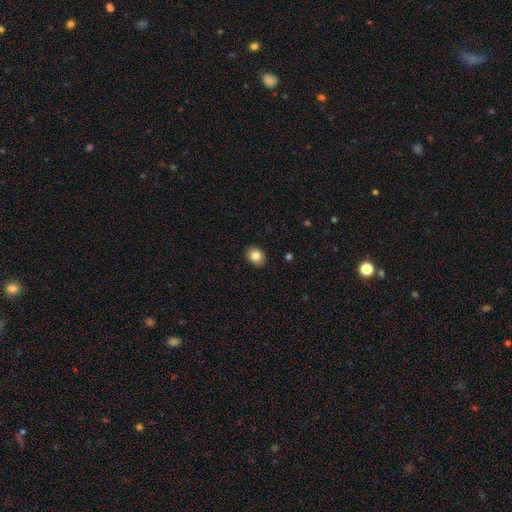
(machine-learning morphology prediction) The model was most divided on "how rounded": in between: 54%, round: 45%, cigar-shaped: 1%. More confident: merging — none (90%); smooth or featured — smooth (83%).